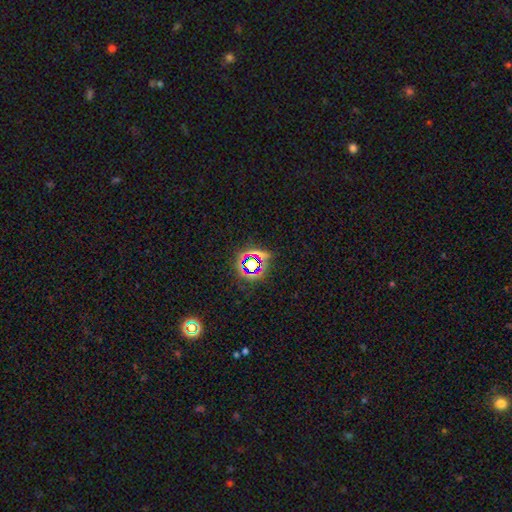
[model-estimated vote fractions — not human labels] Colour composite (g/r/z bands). It shows a star or artifact, not a galaxy (66%).